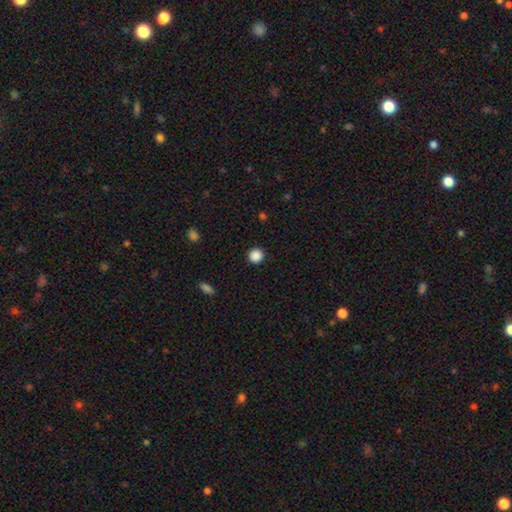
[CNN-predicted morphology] smooth_or_featured: smooth (p=0.87) [alt: star or artifact p=0.10]
how_rounded: round (p=0.94) [alt: in between p=0.05]
merging: none (p=0.92) [alt: minor disturbance p=0.05]